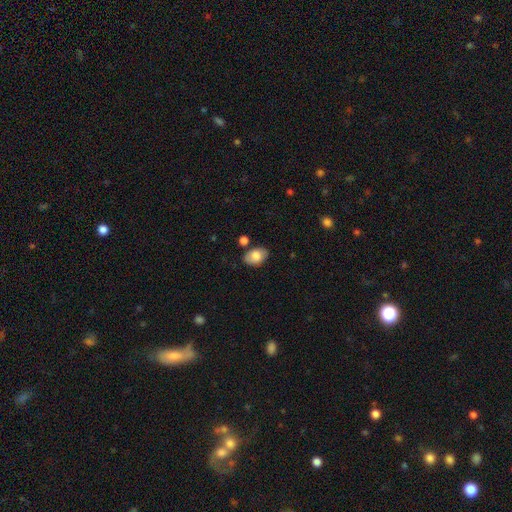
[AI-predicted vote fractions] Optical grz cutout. It shows a smooth galaxy with no disk features (79%) that is in between round and cigar-shaped (86%). Merging: none (78%).